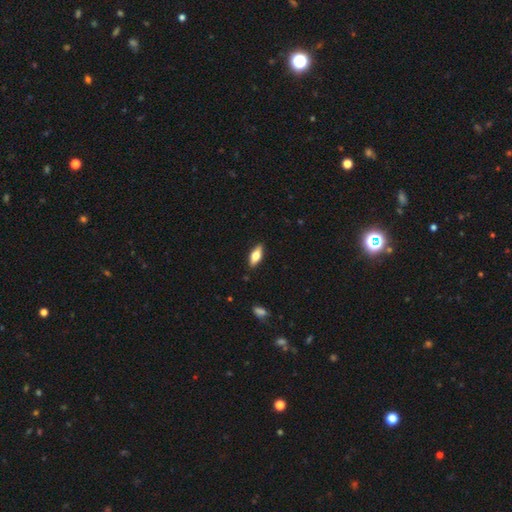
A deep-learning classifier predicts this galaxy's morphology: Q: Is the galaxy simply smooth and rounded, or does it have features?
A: smooth — 62%.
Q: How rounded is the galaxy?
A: in between — 70%.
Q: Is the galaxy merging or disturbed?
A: none — 88%.